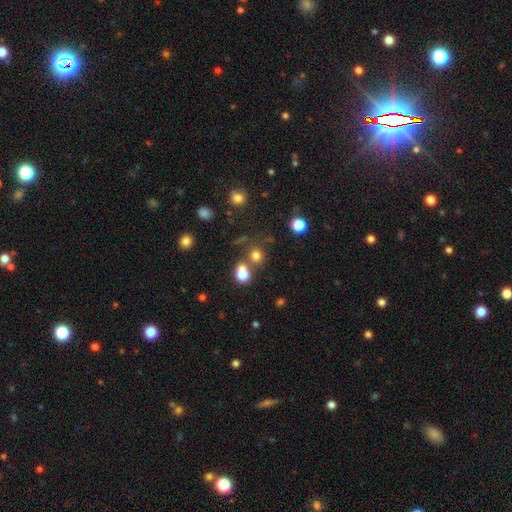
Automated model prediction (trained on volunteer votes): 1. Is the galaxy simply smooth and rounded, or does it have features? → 73% smooth, 18% star or artifact, 9% featured or disk.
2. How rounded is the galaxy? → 83% round, 16% in between, 1% cigar-shaped.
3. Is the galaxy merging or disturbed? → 57% none, 30% merger, 8% minor disturbance, 4% major disturbance.